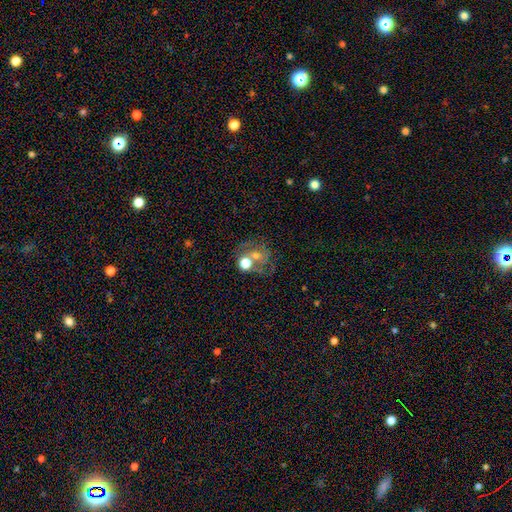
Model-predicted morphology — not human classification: type=featured or disk (52%); edge-on=no (97%); bar=no (66%); spiral arms=yes (67%); bulge=moderate (54%); merging=none (54%).